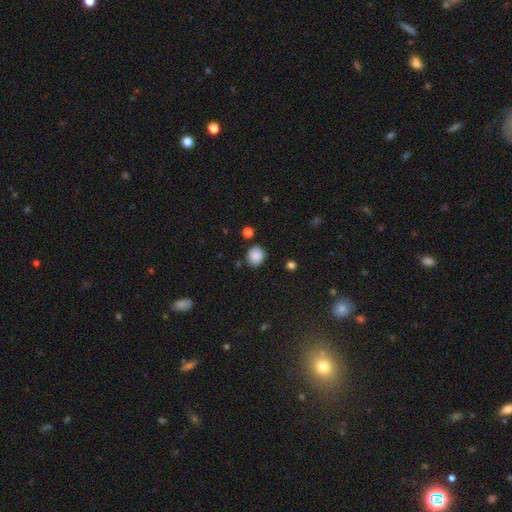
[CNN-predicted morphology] type=smooth (87%); roundness=round (76%); merging=none (81%).